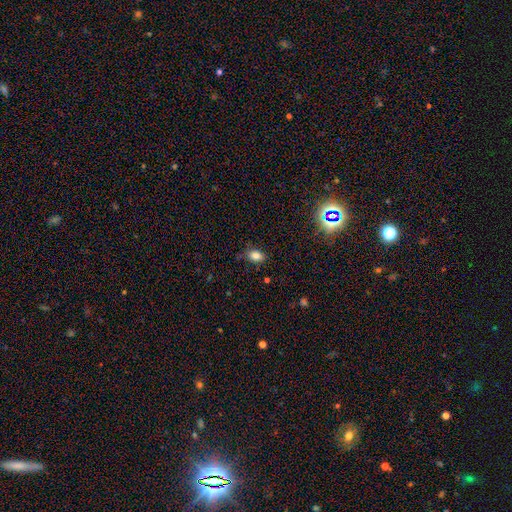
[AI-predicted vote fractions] Smooth or featured? smooth (81%)
How rounded? in between (78%)
Merging? none (79%)